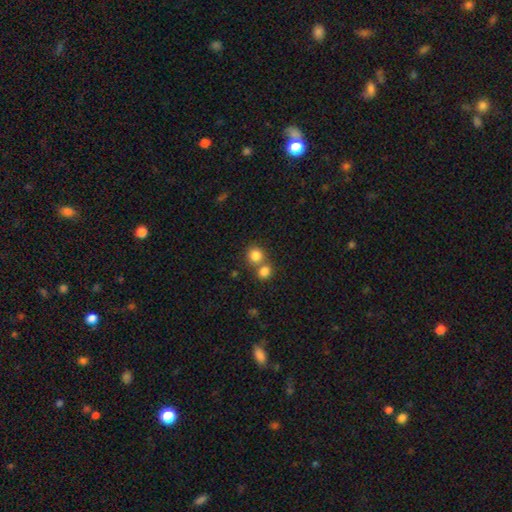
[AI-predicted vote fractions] A smooth galaxy with no disk features (82%) that is round (87%).

Vote fractions:
- Smooth or featured? smooth: 82% / star or artifact: 11% / featured or disk: 7%
- How rounded? round: 87% / in between: 12% / cigar-shaped: 1%
- Merging? none: 52% / merger: 39% / minor disturbance: 6% / major disturbance: 2%